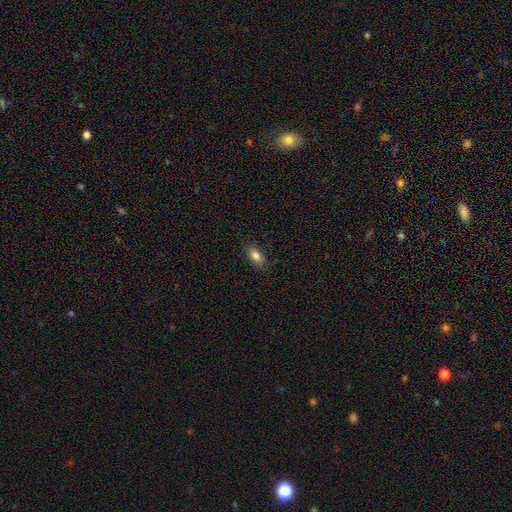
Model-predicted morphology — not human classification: This is clearly a smooth galaxy (84%). How rounded: clearly in between (87%). Merging: clearly none (83%).